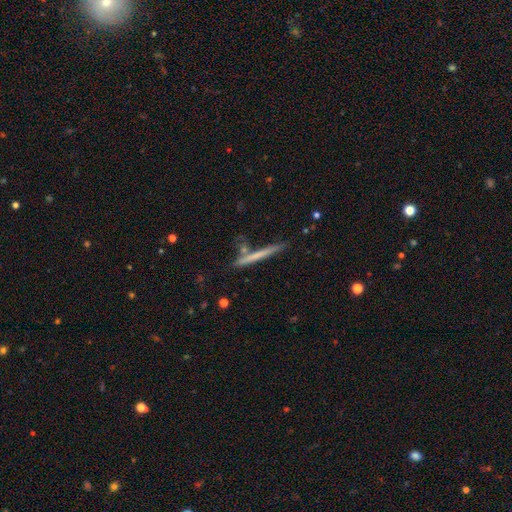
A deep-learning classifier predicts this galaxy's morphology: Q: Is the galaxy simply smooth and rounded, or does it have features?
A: smooth — 55%.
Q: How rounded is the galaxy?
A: cigar-shaped — 97%.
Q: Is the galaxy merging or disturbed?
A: none — 79%.